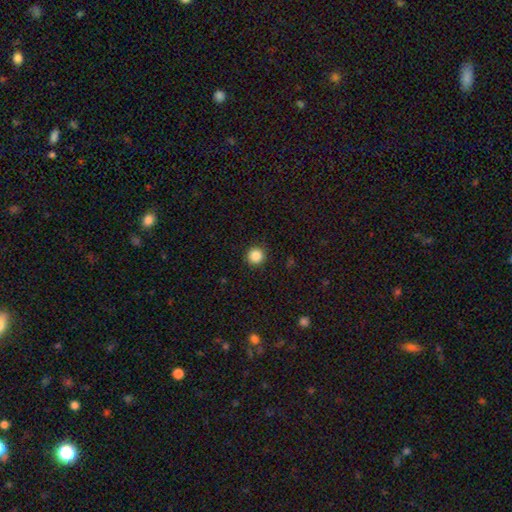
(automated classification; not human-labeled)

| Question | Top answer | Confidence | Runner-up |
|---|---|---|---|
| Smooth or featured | smooth | 86% | star or artifact (10%) |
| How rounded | round | 95% | in between (4%) |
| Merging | none | 92% | minor disturbance (5%) |